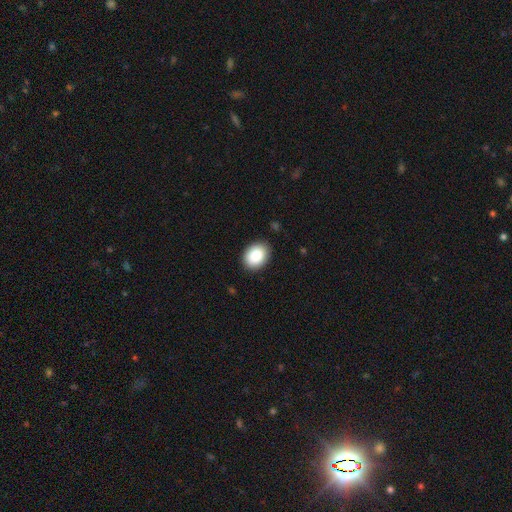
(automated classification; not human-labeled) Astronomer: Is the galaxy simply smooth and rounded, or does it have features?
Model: smooth — 89%.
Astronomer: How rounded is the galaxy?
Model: in between — 70%.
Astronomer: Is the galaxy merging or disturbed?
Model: none — 87%.